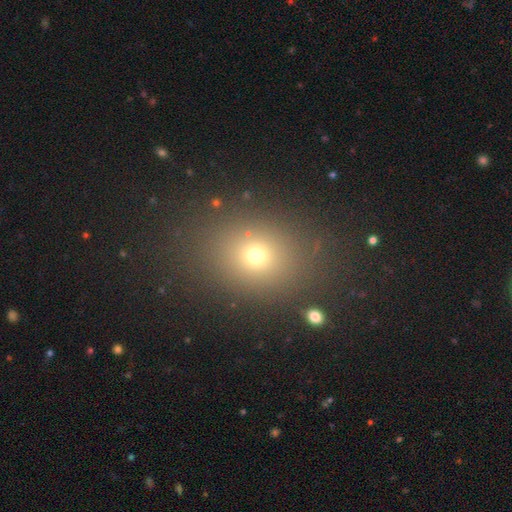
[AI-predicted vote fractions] Morphology: type=smooth (66%); roundness=round (52%); merging=none (85%).